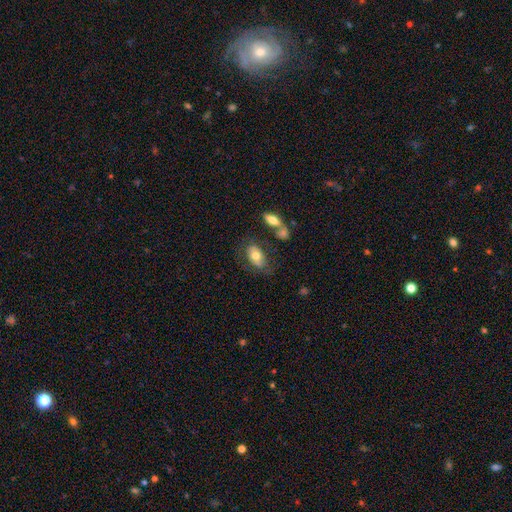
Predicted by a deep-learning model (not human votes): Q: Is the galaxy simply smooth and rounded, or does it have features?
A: smooth — 68%.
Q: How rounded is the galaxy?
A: in between — 90%.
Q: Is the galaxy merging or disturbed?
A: none — 54%.